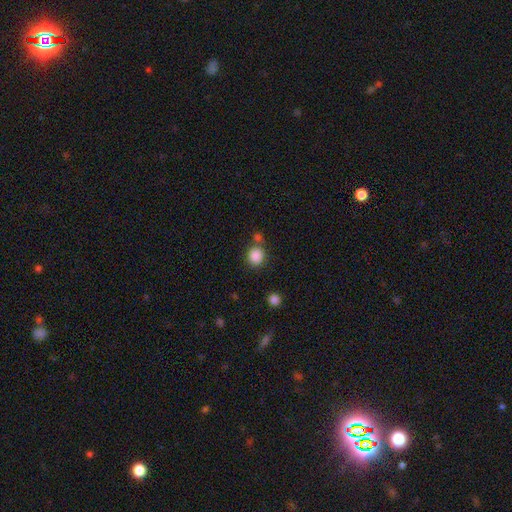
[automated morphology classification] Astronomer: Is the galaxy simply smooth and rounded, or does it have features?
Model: smooth — 86%.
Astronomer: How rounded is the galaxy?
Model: round — 85%.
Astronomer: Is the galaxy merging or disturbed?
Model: none — 71%.